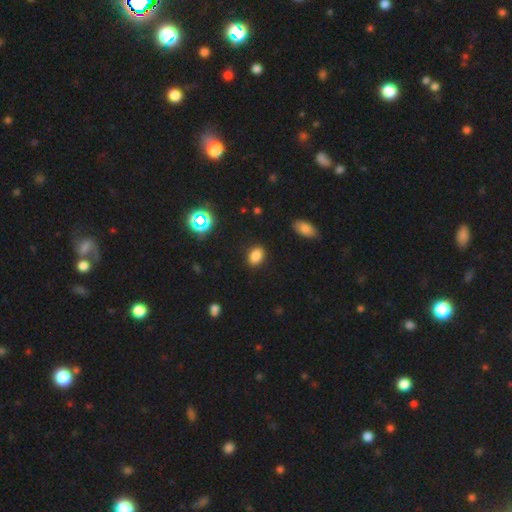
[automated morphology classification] Q: Smooth or featured?
A: smooth (81%); runner-up: star or artifact (14%)
Q: How rounded?
A: in between (75%); runner-up: round (24%)
Q: Merging?
A: none (88%); runner-up: minor disturbance (8%)